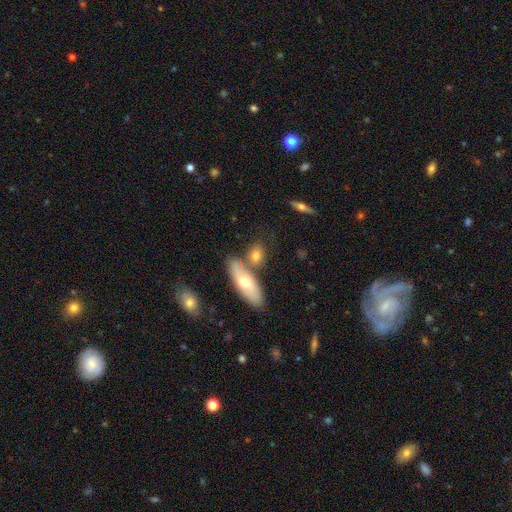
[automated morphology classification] type=smooth (74%); roundness=in between (58%); merging=none (59%).